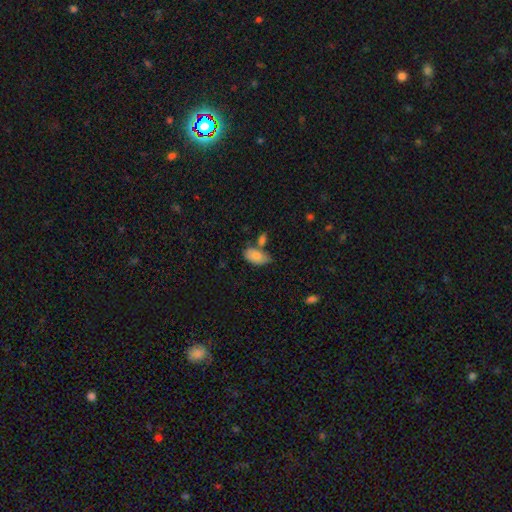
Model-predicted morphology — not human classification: This is likely a smooth galaxy (79%). How rounded: clearly in between (93%). Merging: possibly none (49%).